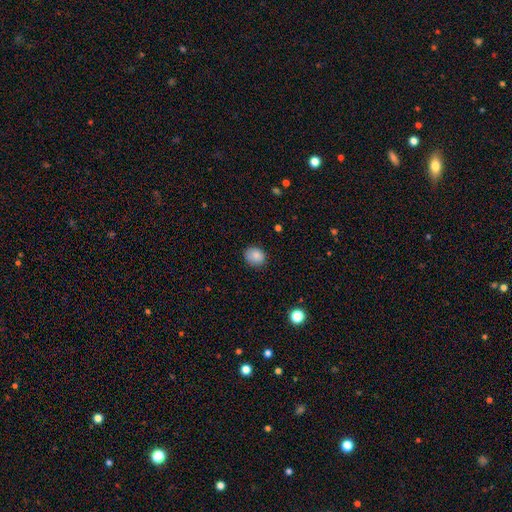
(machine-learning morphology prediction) smooth-or-featured: smooth: 86% | star or artifact: 9% | featured or disk: 5%
  how-rounded: round: 64% | in between: 35% | cigar-shaped: 1%
  merging: none: 80% | minor disturbance: 16% | major disturbance: 3% | merger: 1%